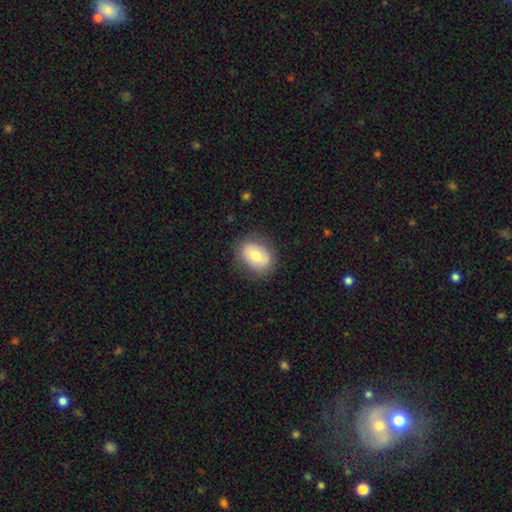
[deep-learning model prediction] The model was most divided on "how rounded": in between: 69%, round: 30%, cigar-shaped: 1%. More confident: merging — none (81%); smooth or featured — smooth (72%).